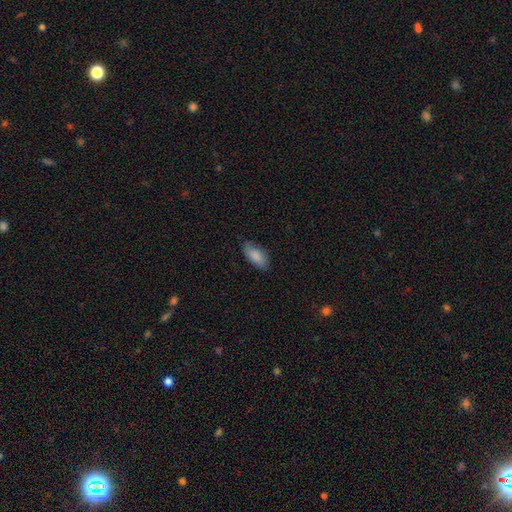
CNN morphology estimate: Smooth or featured? Predicted: smooth (p=0.85). How rounded? Predicted: in between (p=0.88). Merging? Predicted: none (p=0.79).